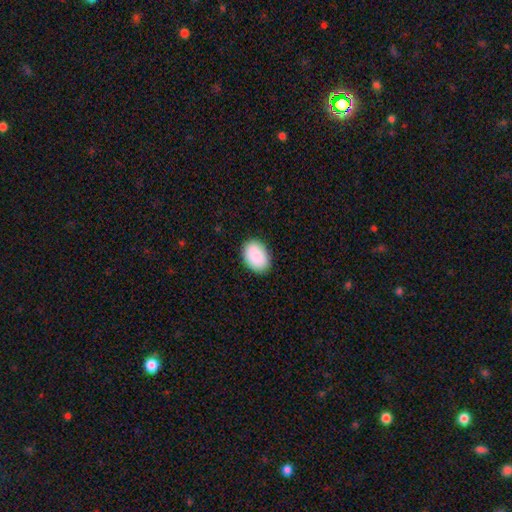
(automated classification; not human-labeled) A smooth galaxy with no disk features (90%) that is in between round and cigar-shaped (84%).

Vote fractions:
- Smooth or featured? smooth: 90% / star or artifact: 6% / featured or disk: 4%
- How rounded? in between: 84% / round: 15% / cigar-shaped: 1%
- Merging? none: 87% / minor disturbance: 9% / major disturbance: 2% / merger: 1%